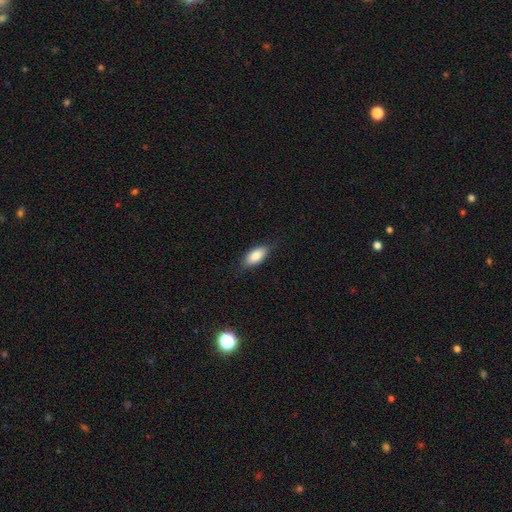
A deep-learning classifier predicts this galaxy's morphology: Smooth or featured? Predicted: smooth (p=0.83). How rounded? Predicted: in between (p=0.86). Merging? Predicted: none (p=0.83).